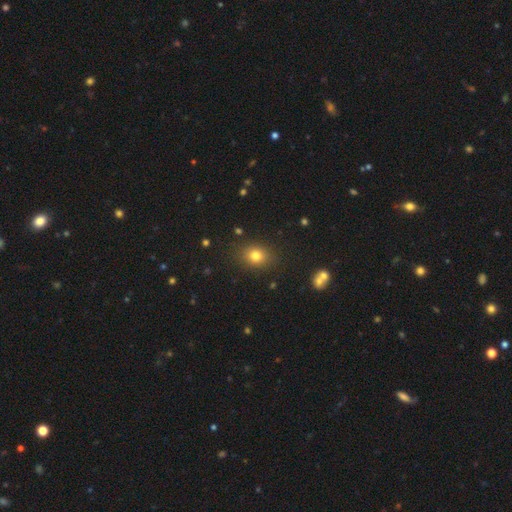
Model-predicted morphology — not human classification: This is likely a smooth galaxy (78%). How rounded: possibly round (55%). Merging: clearly none (86%).